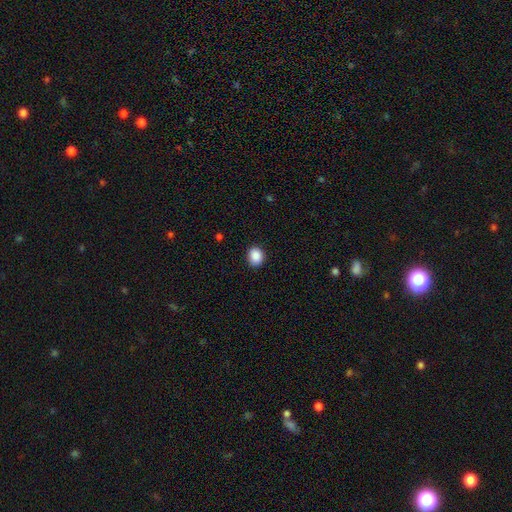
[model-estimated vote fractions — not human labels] A smooth galaxy with no disk features (88%) that is round (63%). Merging: none (90%).